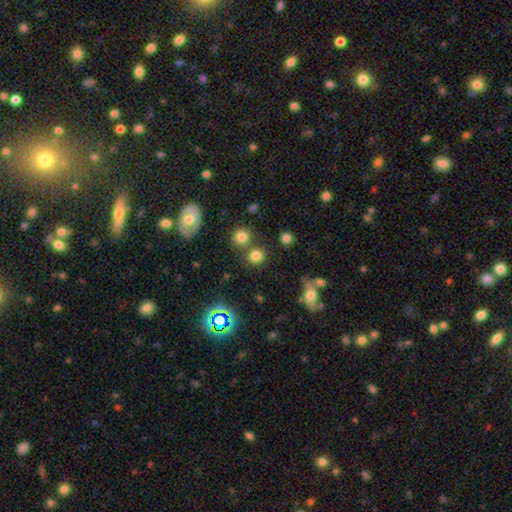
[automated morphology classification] smooth-or-featured: smooth: 77% | star or artifact: 16% | featured or disk: 7%
  how-rounded: round: 82% | in between: 16% | cigar-shaped: 1%
  merging: none: 71% | merger: 16% | minor disturbance: 9% | major disturbance: 4%